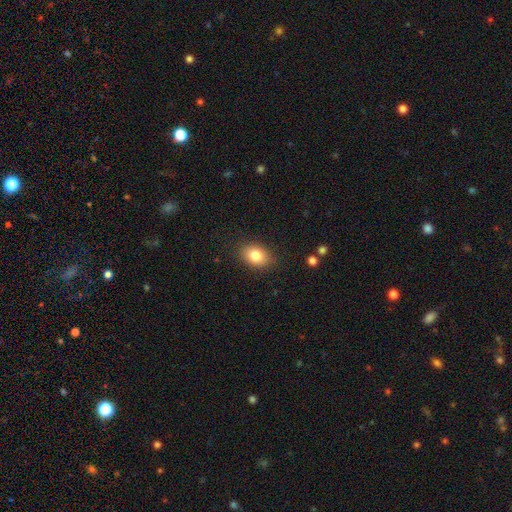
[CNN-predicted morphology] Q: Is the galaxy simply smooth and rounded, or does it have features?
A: smooth — 83%.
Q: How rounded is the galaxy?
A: in between — 76%.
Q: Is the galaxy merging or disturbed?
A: none — 86%.